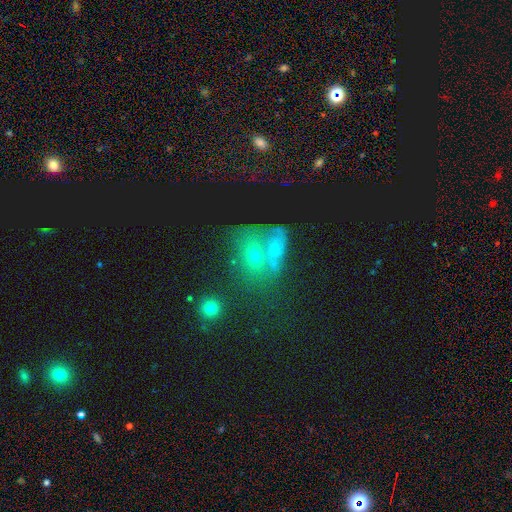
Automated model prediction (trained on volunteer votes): A smooth galaxy with no disk features (45%). Merging: merger (41%).